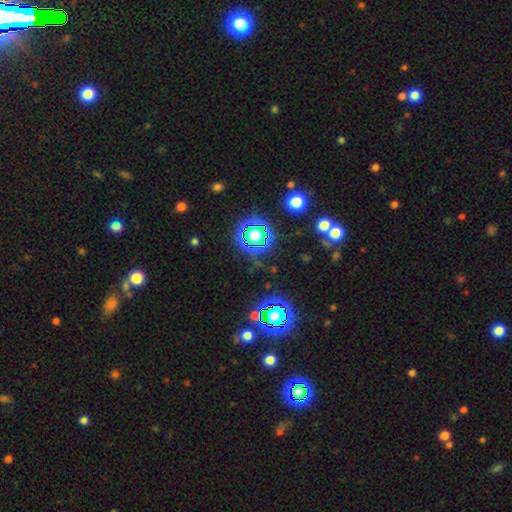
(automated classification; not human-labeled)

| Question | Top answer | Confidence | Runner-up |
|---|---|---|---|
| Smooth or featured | star or artifact | 76% | smooth (15%) |